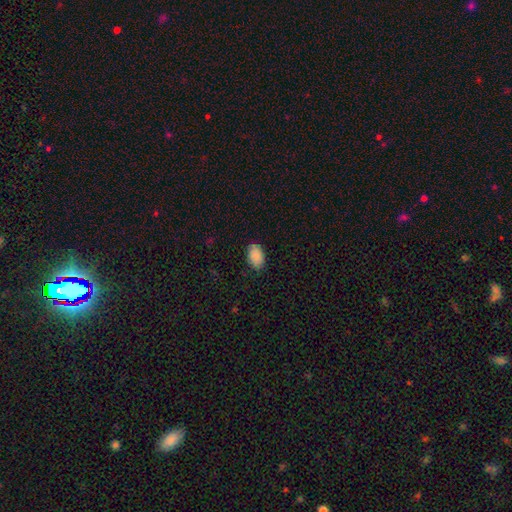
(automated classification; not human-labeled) smooth-or-featured: smooth: 89% | star or artifact: 7% | featured or disk: 4%
  how-rounded: in between: 92% | round: 7% | cigar-shaped: 1%
  merging: none: 84% | minor disturbance: 12% | major disturbance: 2% | merger: 1%